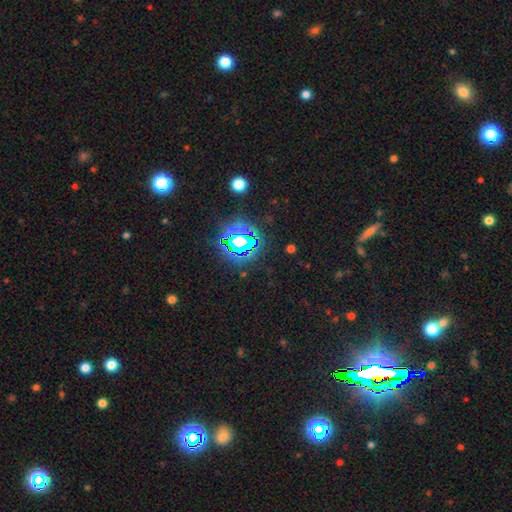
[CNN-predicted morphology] Smooth or featured? Predicted: star or artifact (p=0.80).